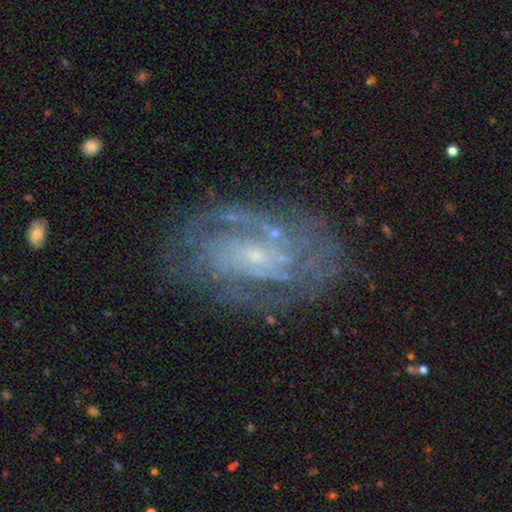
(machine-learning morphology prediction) A featured or disk galaxy (83%) with no bar (57%), tight (58%) spiral arms (90%) and a small central bulge (79%). Merging: none (74%).